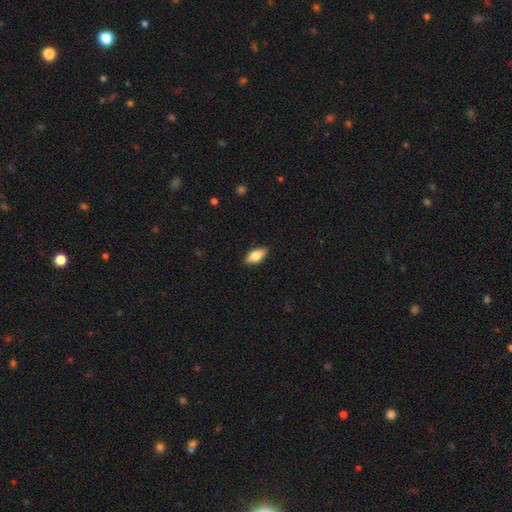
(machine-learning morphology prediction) This appears to be a smooth galaxy with no disk features (75%) that is in between round and cigar-shaped (88%). Merging: none (87%).